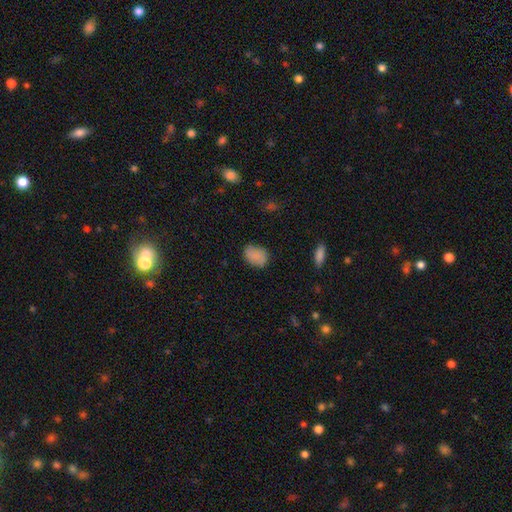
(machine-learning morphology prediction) smooth 86%, star or artifact 8%, featured or disk 6%. Down the decision tree: how rounded — in between (78%); merging — none (80%).